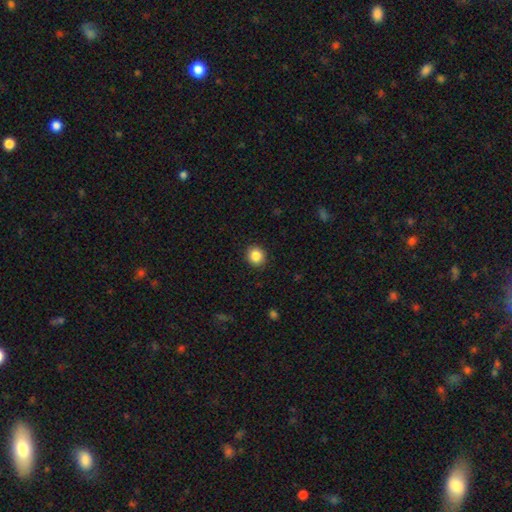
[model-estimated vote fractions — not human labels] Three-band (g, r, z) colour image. It shows a smooth galaxy with no disk features (87%) that is round (84%). Merging: none (91%).